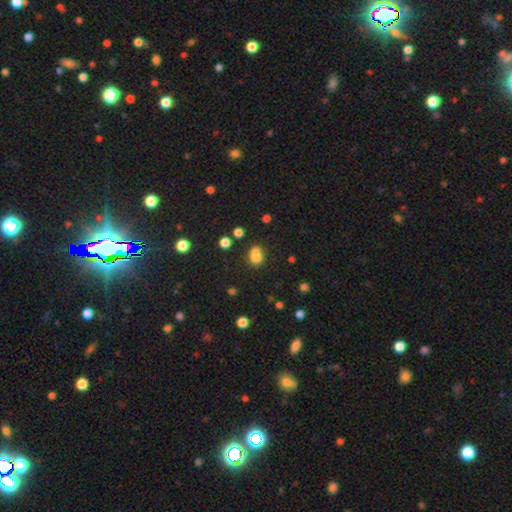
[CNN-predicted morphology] Smooth or featured? Predicted: smooth (p=0.76). How rounded? Predicted: in between (p=0.53). Merging? Predicted: none (p=0.40).